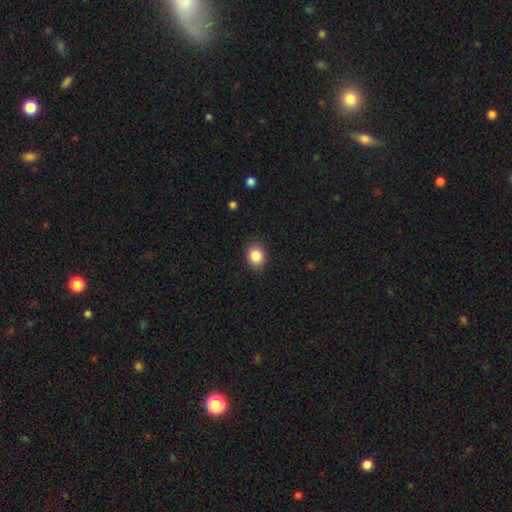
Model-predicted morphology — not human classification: Smooth or featured? smooth (86%)
How rounded? round (57%)
Merging? none (85%)